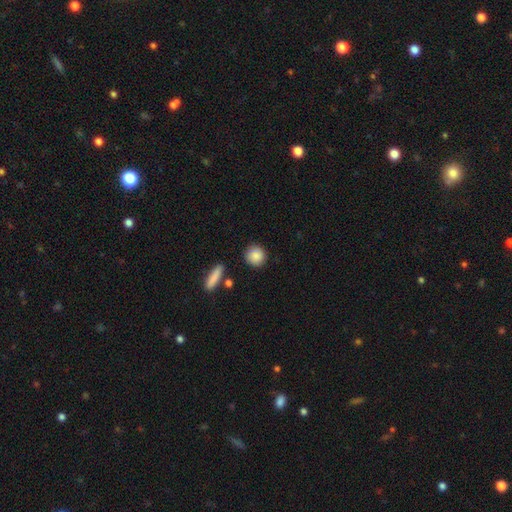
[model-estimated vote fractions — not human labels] Overall: smooth (87%). How rounded: round (89%). Merging: none (87%).